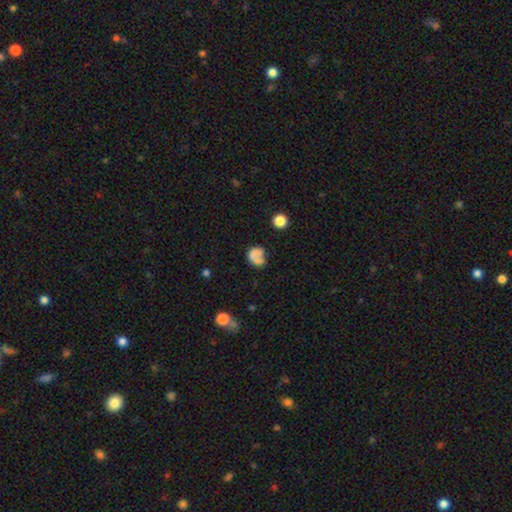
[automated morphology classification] smooth_or_featured: smooth (p=0.57) [alt: featured or disk p=0.30]
how_rounded: round (p=0.56) [alt: in between p=0.42]
merging: none (p=0.39) [alt: minor disturbance p=0.22]